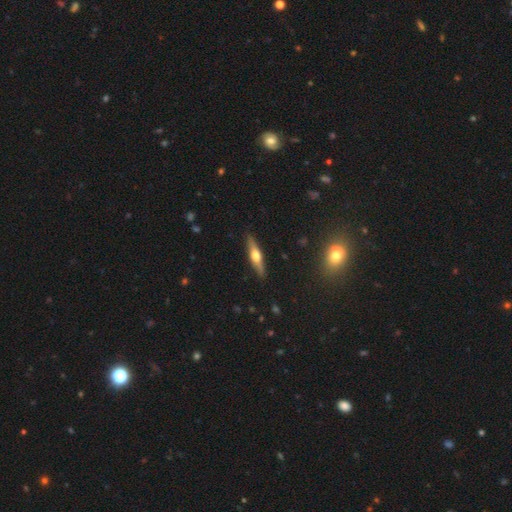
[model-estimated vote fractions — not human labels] This appears to be a featured or disk galaxy (57%) viewed edge-on (94%) with a rounded central bulge (93%). Merging: none (90%).